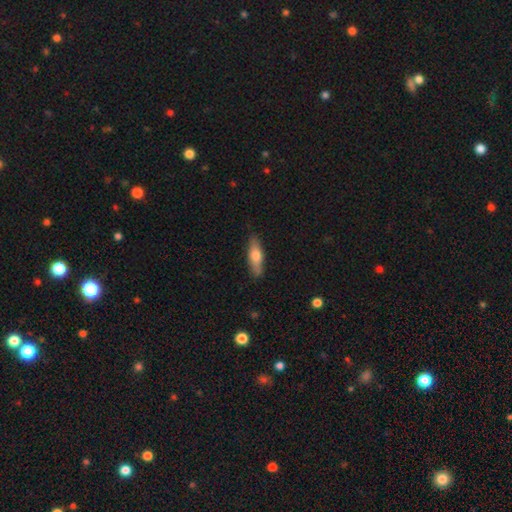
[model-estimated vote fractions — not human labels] A smooth galaxy with no disk features (62%) that is cigar-shaped (49%). Merging: none (86%).